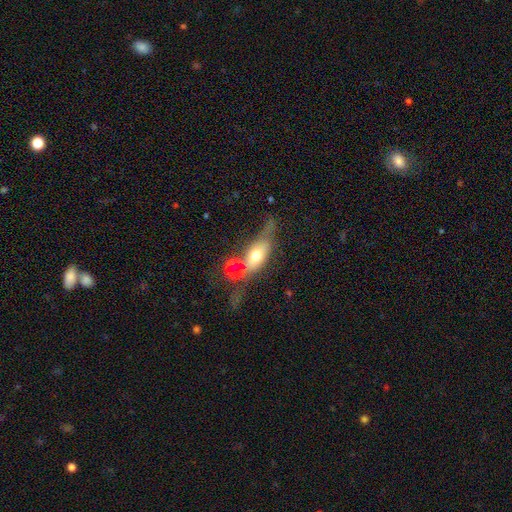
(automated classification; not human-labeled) This appears to be a smooth galaxy with no disk features (53%) that is in between round and cigar-shaped (69%). Merging: none (35%).